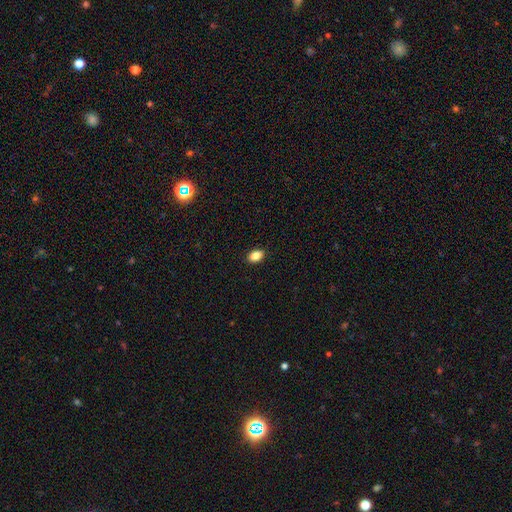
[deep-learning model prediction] Morphology: type=smooth (86%); roundness=in between (85%); merging=none (88%).